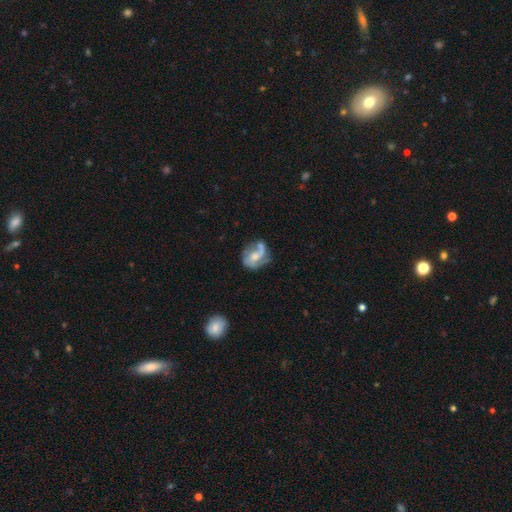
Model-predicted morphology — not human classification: A featured or disk galaxy (67%) with no bar (60%), spiral arms (75%) and a moderate central bulge (51%). Merging: none (39%).